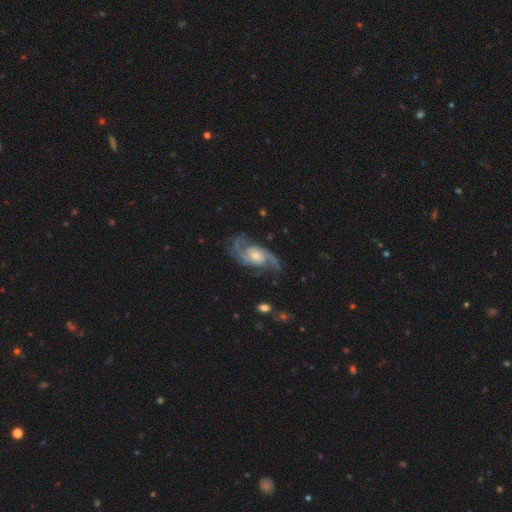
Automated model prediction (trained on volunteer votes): Smooth or featured: featured or disk — 90% (smooth — 5%)
Edge-on disk: no — 97% (yes — 3%)
Bar: no — 63% (weak — 30%)
Spiral arms: yes — 98% (no — 2%)
Spiral winding: medium — 52% (loose — 28%)
Spiral arm count: 2 — 66% (3 — 16%)
Bulge size: moderate — 49% (small — 39%)
Merging: none — 71% (minor disturbance — 17%)